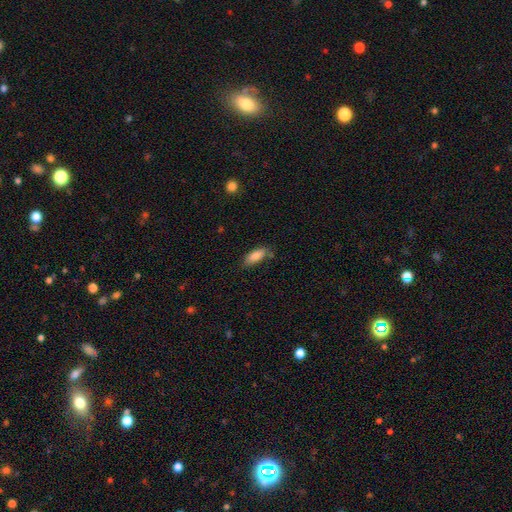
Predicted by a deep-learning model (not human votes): Overall: smooth (85%). How rounded: in between (78%). Merging: none (71%).